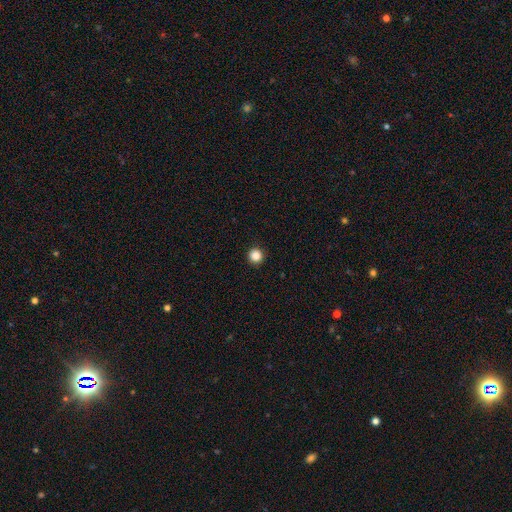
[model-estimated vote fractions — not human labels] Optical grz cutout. It shows a smooth galaxy with no disk features (87%) that is round (96%). Merging: none (93%).